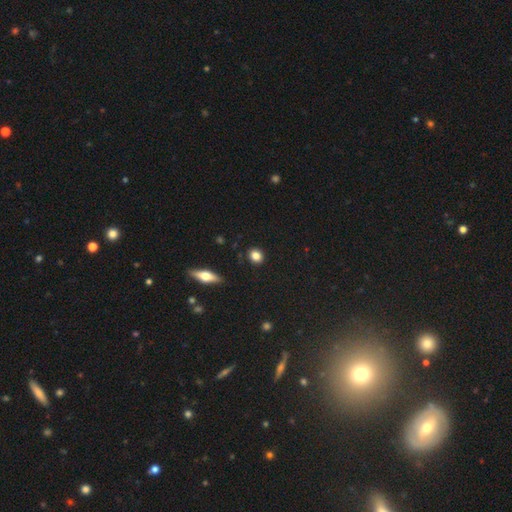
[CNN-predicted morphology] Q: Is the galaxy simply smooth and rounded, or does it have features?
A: smooth — 83%.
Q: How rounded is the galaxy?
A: round — 77%.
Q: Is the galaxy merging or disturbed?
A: none — 90%.